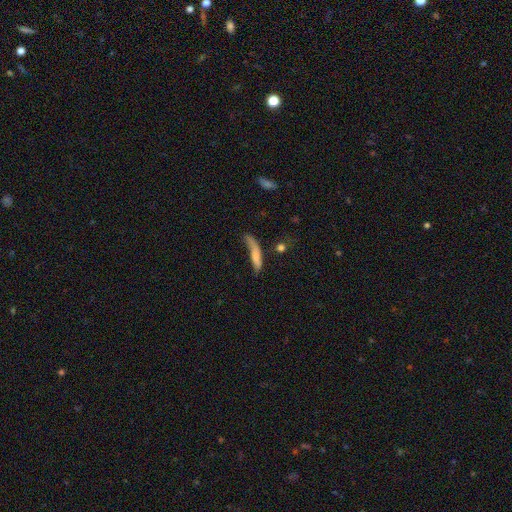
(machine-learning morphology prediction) type=smooth (66%); roundness=cigar-shaped (77%); merging=none (35%).